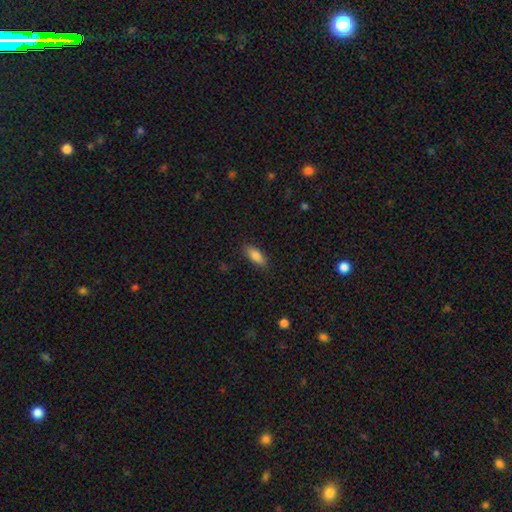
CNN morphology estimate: Smooth or featured? Predicted: smooth (p=0.84). How rounded? Predicted: in between (p=0.80). Merging? Predicted: none (p=0.86).